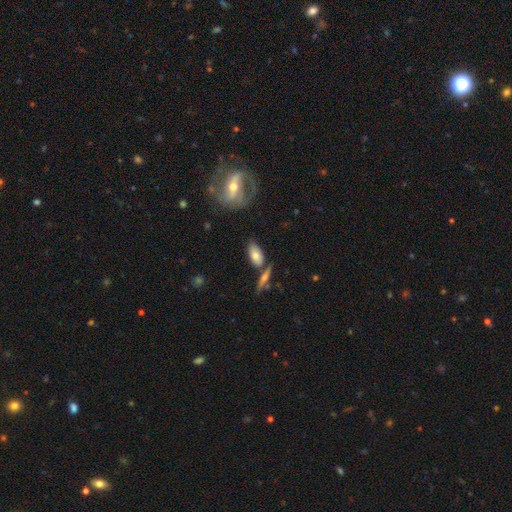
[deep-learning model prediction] smooth_or_featured: smooth (p=0.72) [alt: featured or disk p=0.21]
how_rounded: in between (p=0.88) [alt: cigar-shaped p=0.09]
merging: none (p=0.59) [alt: merger p=0.20]